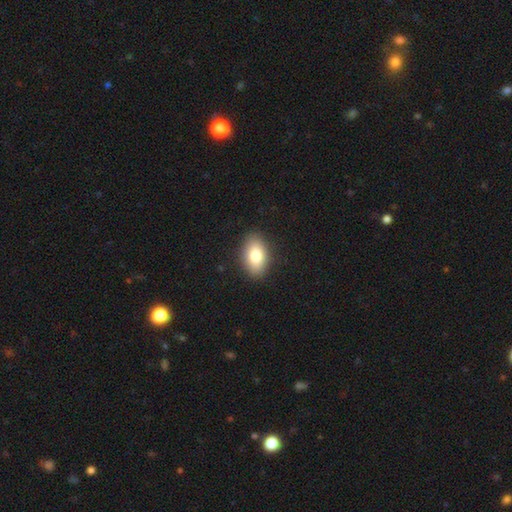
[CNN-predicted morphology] smooth-or-featured: smooth: 80% | featured or disk: 12% | star or artifact: 8%
  how-rounded: in between: 89% | round: 9% | cigar-shaped: 2%
  merging: none: 88% | minor disturbance: 8% | major disturbance: 2% | merger: 1%